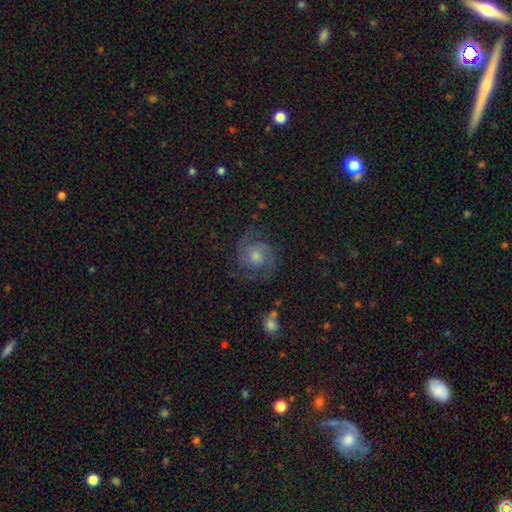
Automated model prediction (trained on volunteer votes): A featured or disk galaxy (82%) with no bar (70%), 2 (77%) medium (48%) spiral arms (97%) and a moderate central bulge (54%). Merging: none (79%).